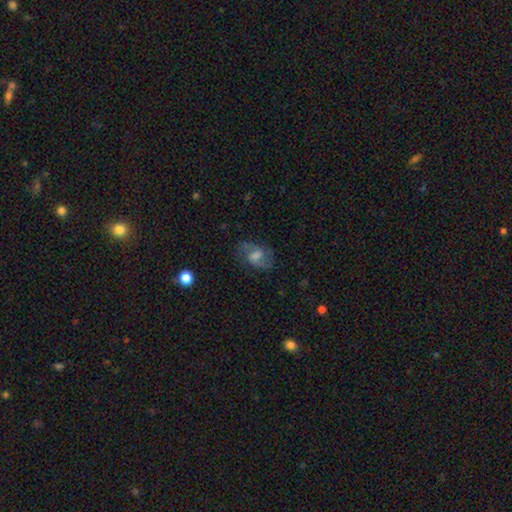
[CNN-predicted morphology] The model was most divided on "spiral winding": medium: 45%, loose: 41%, tight: 14%. Remaining: edge-on disk — no (96%); spiral arms — yes (86%); spiral arm count — 2 (85%); merging — none (73%); smooth or featured — featured or disk (62%); bar — weak (52%); bulge size — moderate (43%).